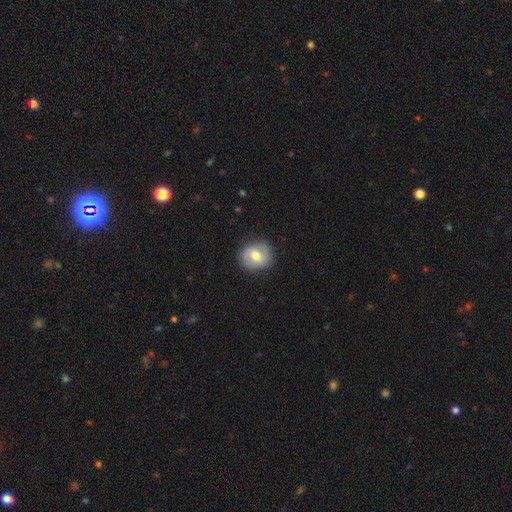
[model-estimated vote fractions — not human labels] Q: Smooth or featured?
A: featured or disk (49%); runner-up: smooth (44%)
Q: Merging?
A: none (85%); runner-up: minor disturbance (11%)